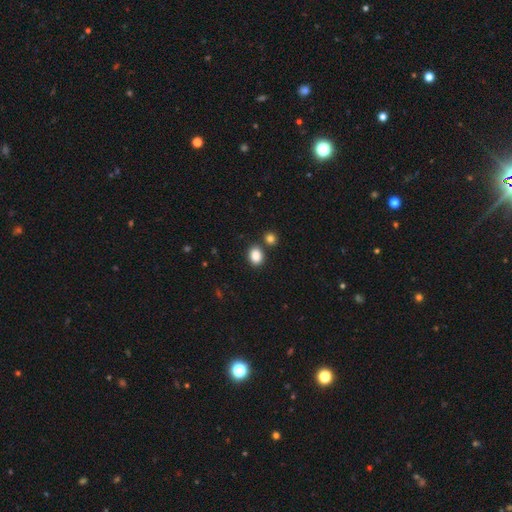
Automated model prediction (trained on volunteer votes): smooth_or_featured: smooth (p=0.87) [alt: star or artifact p=0.09]
how_rounded: in between (p=0.64) [alt: round p=0.35]
merging: none (p=0.74) [alt: merger p=0.13]